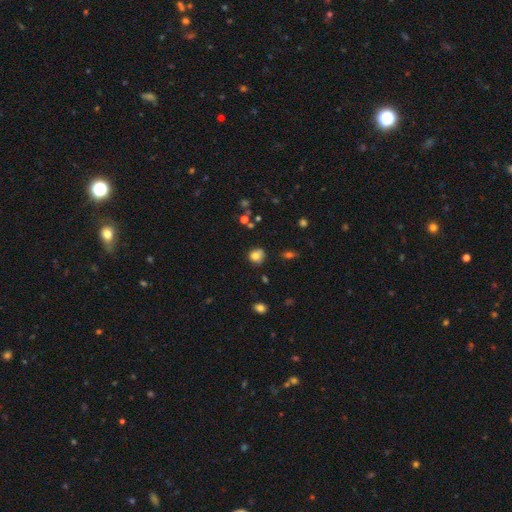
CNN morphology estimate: This is likely a smooth galaxy (78%). How rounded: clearly round (81%). Merging: likely none (67%).